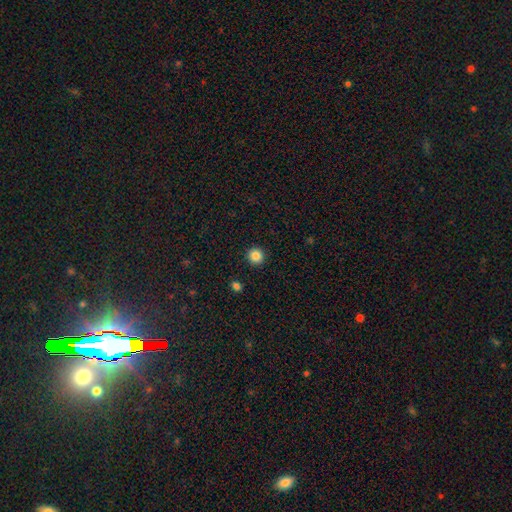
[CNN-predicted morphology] smooth-or-featured: smooth: 86% | star or artifact: 10% | featured or disk: 4%
  how-rounded: round: 95% | in between: 4% | cigar-shaped: 1%
  merging: none: 93% | minor disturbance: 4% | major disturbance: 2% | merger: 1%